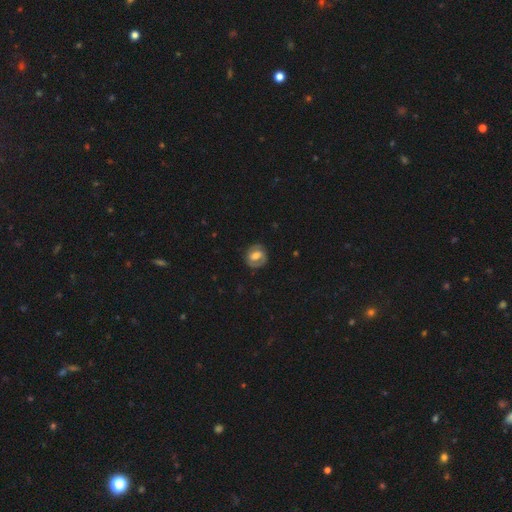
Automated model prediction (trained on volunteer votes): Smooth or featured?
  - featured or disk: 53% *
  - smooth: 40%
  - star or artifact: 7%
Edge-on disk?
  - no: 96% *
  - yes: 4%
Bar?
  - weak: 45% *
  - no: 28%
  - strong: 27%
Spiral arms?
  - yes: 69% *
  - no: 31%
Bulge size?
  - moderate: 54% *
  - large: 25%
  - small: 15%
  - none: 4%
  - dominant: 2%
Merging?
  - none: 79% *
  - minor disturbance: 15%
  - major disturbance: 6%
  - merger: 1%